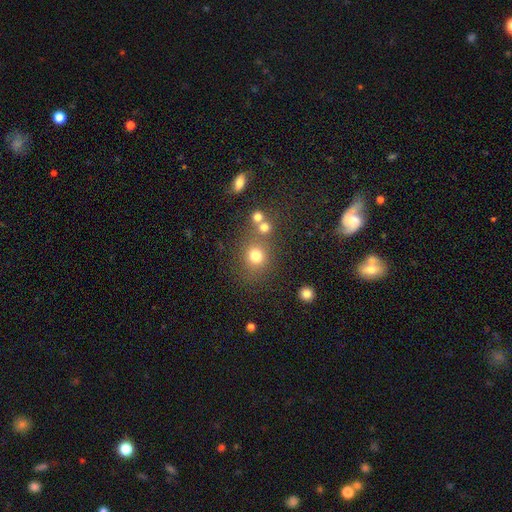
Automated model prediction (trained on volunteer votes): A smooth galaxy with no disk features (76%) that is round (83%).

Vote fractions:
- Smooth or featured? smooth: 76% / star or artifact: 16% / featured or disk: 8%
- How rounded? round: 83% / in between: 16% / cigar-shaped: 1%
- Merging? none: 70% / merger: 15% / minor disturbance: 10% / major disturbance: 5%